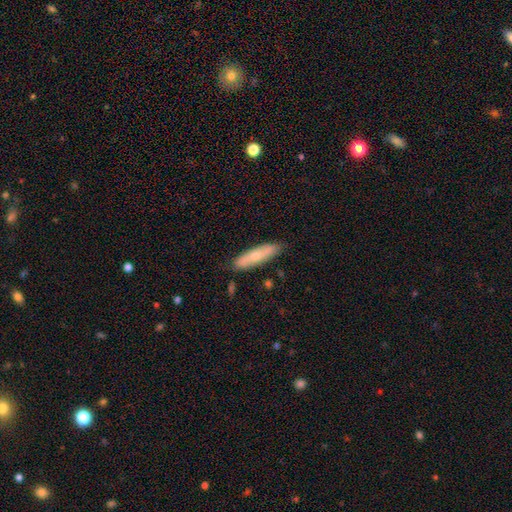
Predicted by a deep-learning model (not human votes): This is likely a smooth galaxy (64%). How rounded: likely cigar-shaped (75%). Merging: clearly none (84%).